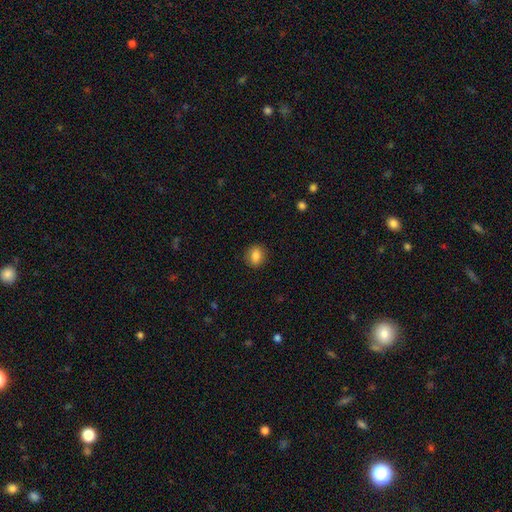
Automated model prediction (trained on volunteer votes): Smooth or featured?
  - smooth: 86% *
  - star or artifact: 9%
  - featured or disk: 5%
How rounded?
  - round: 60% *
  - in between: 39%
  - cigar-shaped: 1%
Merging?
  - none: 89% *
  - minor disturbance: 8%
  - major disturbance: 2%
  - merger: 1%